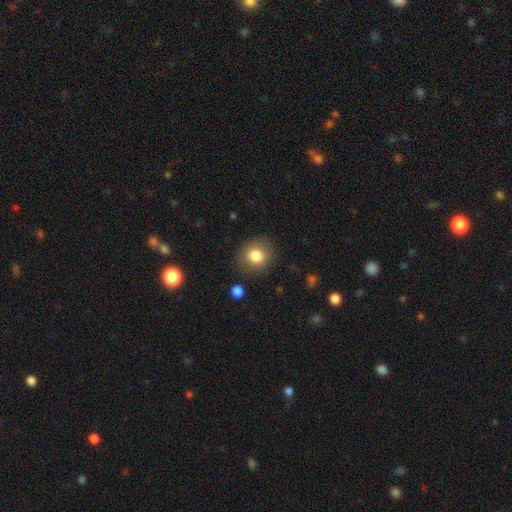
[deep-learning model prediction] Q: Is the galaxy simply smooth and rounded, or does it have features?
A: smooth — 82%.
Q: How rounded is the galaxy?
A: round — 79%.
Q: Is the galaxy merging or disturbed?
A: none — 84%.